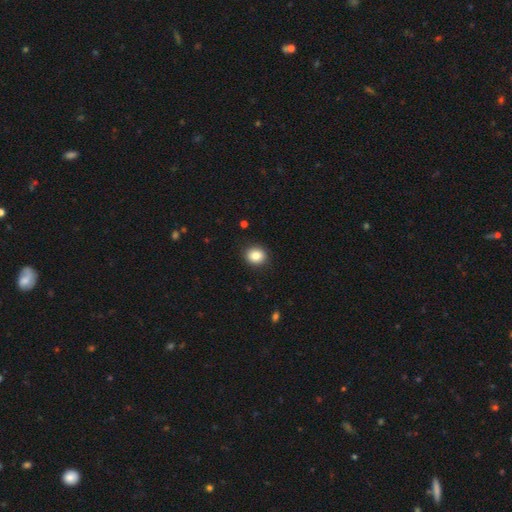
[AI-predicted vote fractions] Overall: smooth (85%). How rounded: round (70%). Merging: none (89%).